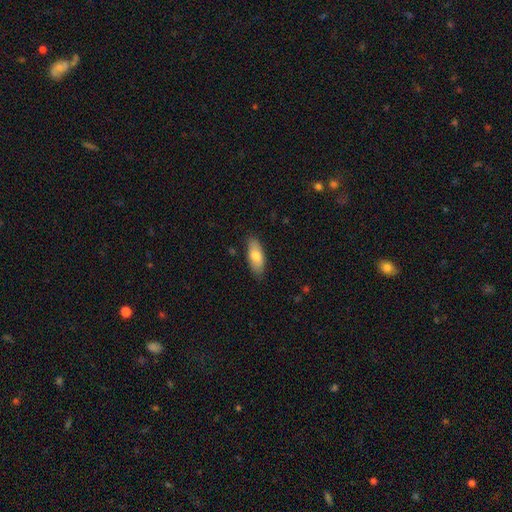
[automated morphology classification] Smooth or featured? Predicted: smooth (p=0.76). How rounded? Predicted: in between (p=0.81). Merging? Predicted: none (p=0.84).